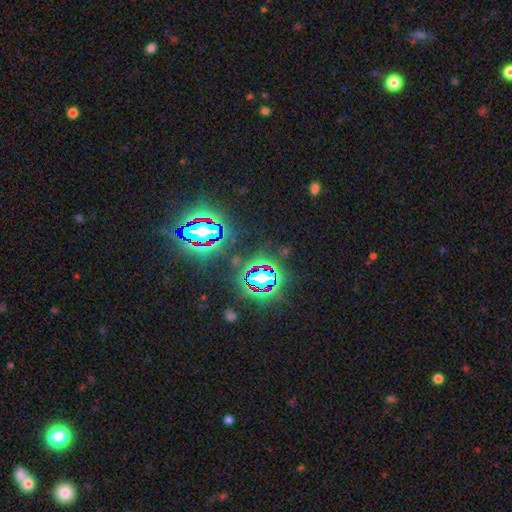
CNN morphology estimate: Smooth or featured?
  - star or artifact: 82% *
  - smooth: 10%
  - featured or disk: 8%